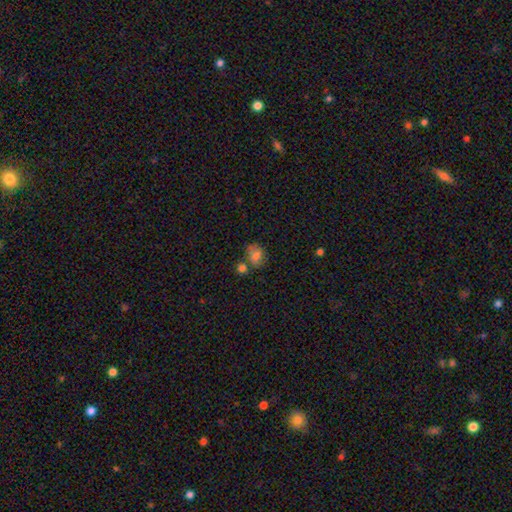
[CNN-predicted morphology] Smooth or featured: smooth — 75% (featured or disk — 14%)
How rounded: in between — 54% (round — 44%)
Merging: none — 49% (merger — 21%)